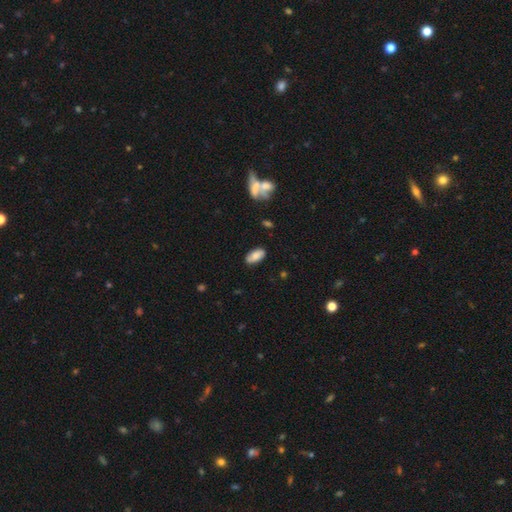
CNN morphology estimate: The model was most divided on "merging": none: 81%, minor disturbance: 14%, major disturbance: 3%, merger: 2%. More confident: how rounded — in between (93%); smooth or featured — smooth (80%).